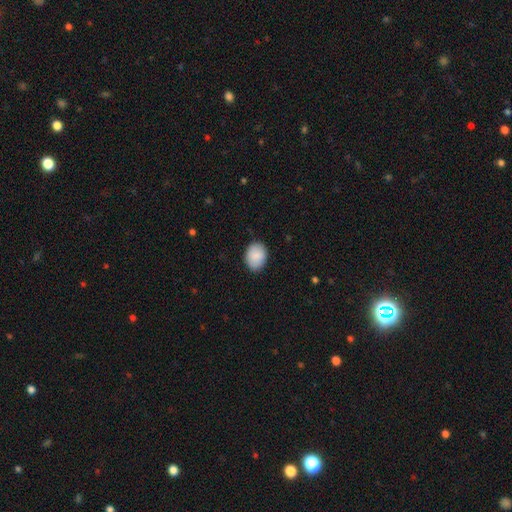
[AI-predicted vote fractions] This is clearly a smooth galaxy (89%). How rounded: likely in between (65%). Merging: clearly none (86%).